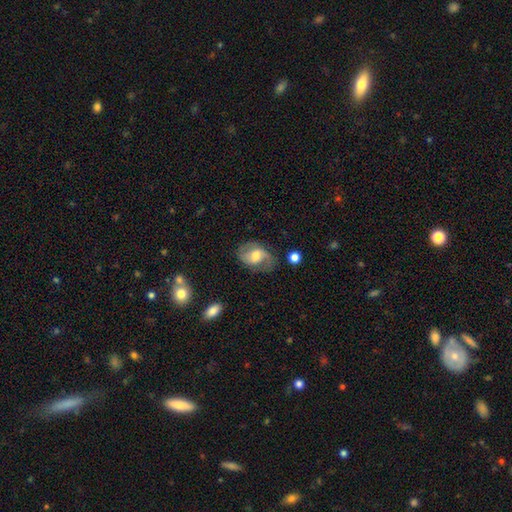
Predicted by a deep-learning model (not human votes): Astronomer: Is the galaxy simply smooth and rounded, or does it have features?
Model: featured or disk — 61%.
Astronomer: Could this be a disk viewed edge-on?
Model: no — 96%.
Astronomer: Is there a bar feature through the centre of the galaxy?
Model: no — 46% (runner-up: weak, 42%).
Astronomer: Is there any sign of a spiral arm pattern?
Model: yes — 84%.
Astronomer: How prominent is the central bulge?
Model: moderate — 62%.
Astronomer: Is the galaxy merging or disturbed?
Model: none — 67%.